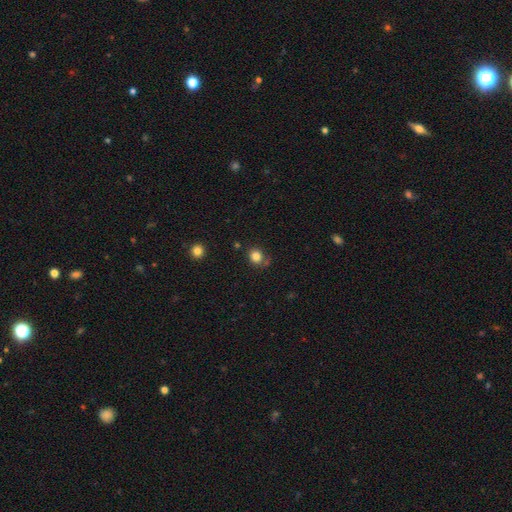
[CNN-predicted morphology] The model was most divided on "how rounded": round: 73%, in between: 26%, cigar-shaped: 1%. More confident: smooth or featured — smooth (82%); merging — none (75%).